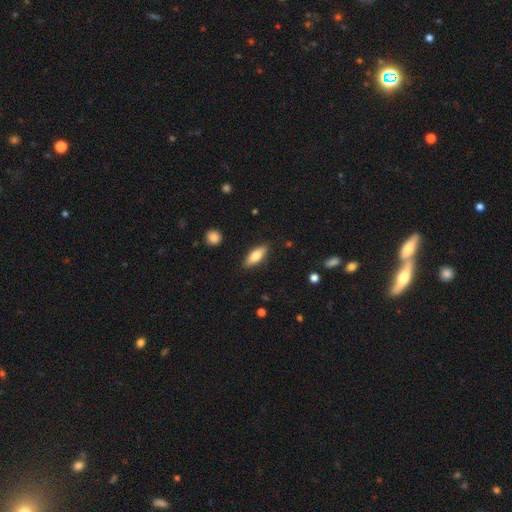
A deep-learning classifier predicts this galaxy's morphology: smooth 71%, featured or disk 22%, star or artifact 6%. Down the decision tree: how rounded — in between (68%); merging — none (87%).